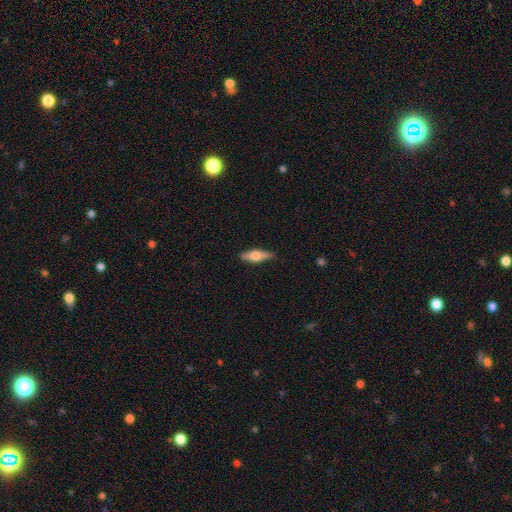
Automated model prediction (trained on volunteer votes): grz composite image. It shows a smooth galaxy with no disk features (48%). Merging: none (86%).